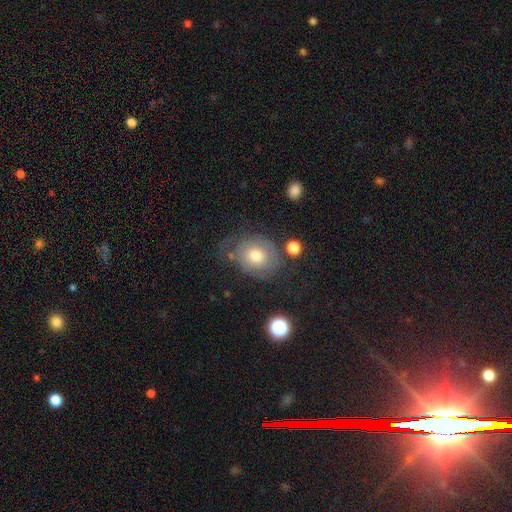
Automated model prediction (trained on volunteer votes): Smooth or featured? Predicted: smooth (p=0.49). Merging? Predicted: none (p=0.50).